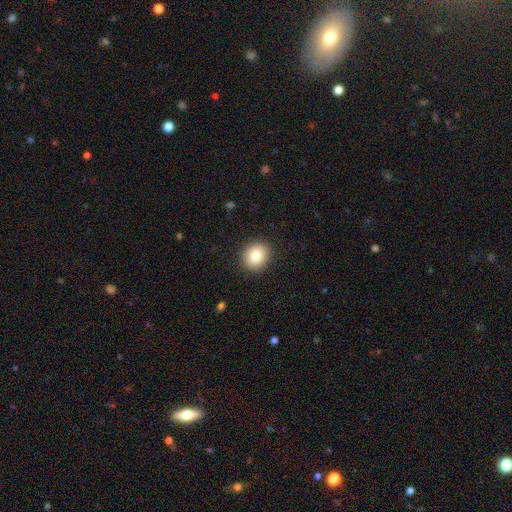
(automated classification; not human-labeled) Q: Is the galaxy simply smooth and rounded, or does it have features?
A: smooth — 82%.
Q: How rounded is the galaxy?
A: round — 81%.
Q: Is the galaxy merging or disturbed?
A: none — 91%.